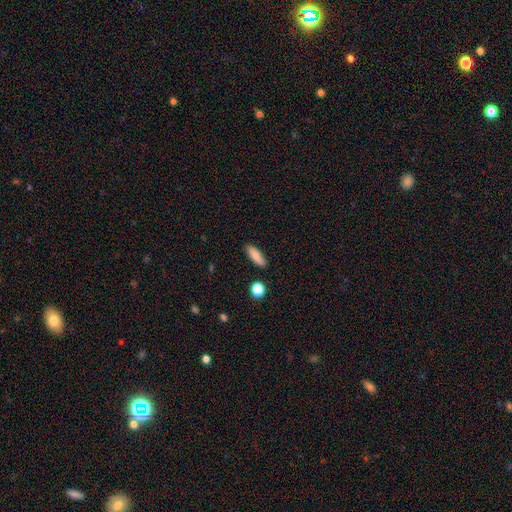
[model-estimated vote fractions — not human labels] The model was most divided on "how rounded": in between: 59%, cigar-shaped: 38%, round: 3%. More confident: merging — none (87%); smooth or featured — smooth (82%).